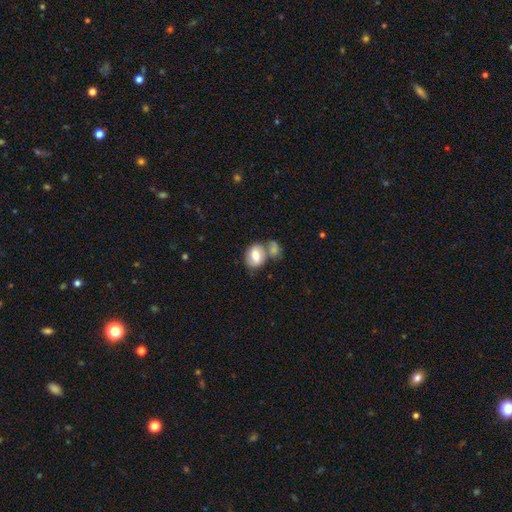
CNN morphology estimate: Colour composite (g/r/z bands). It shows a smooth galaxy with no disk features (65%) that is in between round and cigar-shaped (65%). Merging: none (41%).